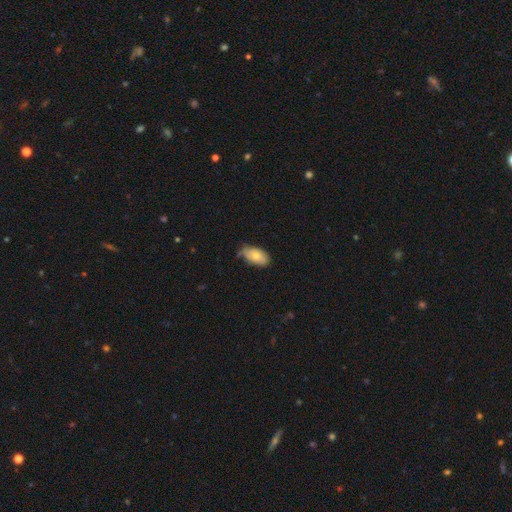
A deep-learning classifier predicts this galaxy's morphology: Smooth or featured? Predicted: smooth (p=0.73). How rounded? Predicted: in between (p=0.94). Merging? Predicted: none (p=0.62).